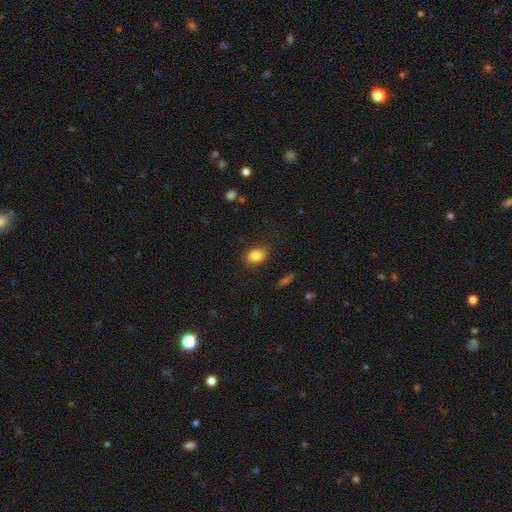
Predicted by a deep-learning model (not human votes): The model was most divided on "how rounded": in between: 68%, round: 31%, cigar-shaped: 1%. More confident: merging — none (84%); smooth or featured — smooth (83%).